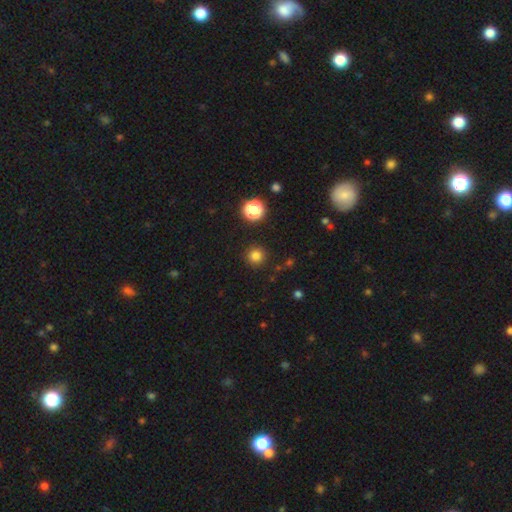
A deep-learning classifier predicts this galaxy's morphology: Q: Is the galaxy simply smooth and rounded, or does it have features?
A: smooth — 80%.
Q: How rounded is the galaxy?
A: round — 95%.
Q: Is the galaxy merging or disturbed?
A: none — 90%.